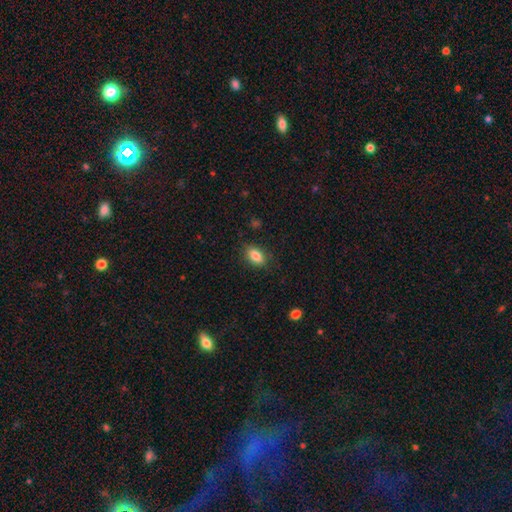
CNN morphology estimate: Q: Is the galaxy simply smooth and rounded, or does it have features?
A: smooth — 84%.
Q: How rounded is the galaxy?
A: in between — 87%.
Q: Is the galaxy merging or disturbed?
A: none — 84%.